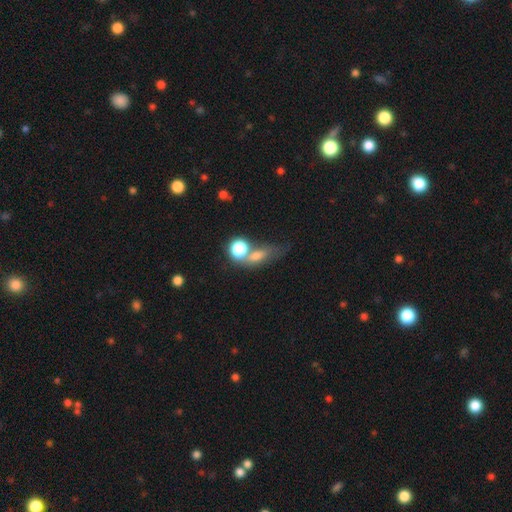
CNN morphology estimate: Smooth or featured? Predicted: smooth (p=0.61). How rounded? Predicted: in between (p=0.49). Merging? Predicted: none (p=0.39).